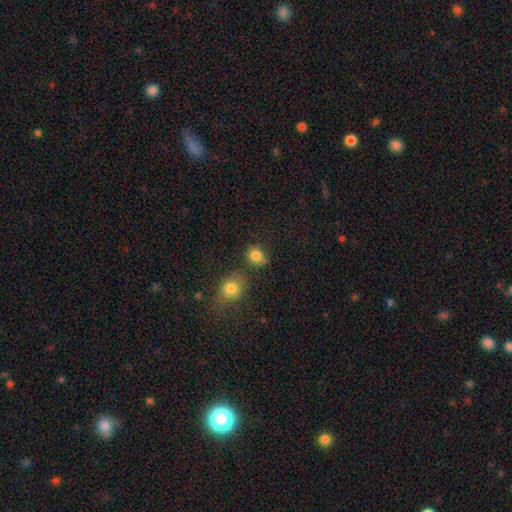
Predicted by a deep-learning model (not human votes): Overall: smooth (82%). How rounded: round (72%). Merging: none (64%).